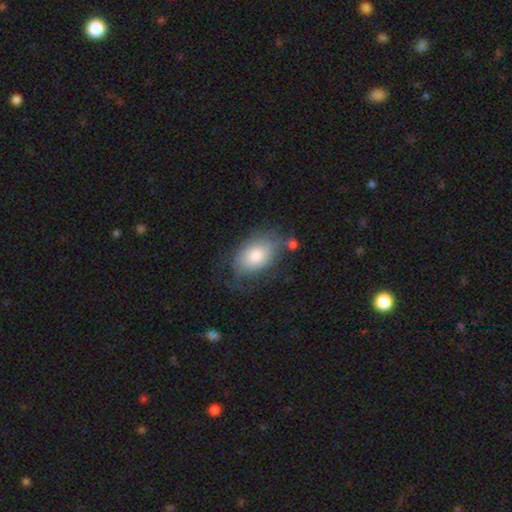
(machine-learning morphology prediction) Smooth or featured? smooth (74%)
How rounded? in between (88%)
Merging? none (60%)